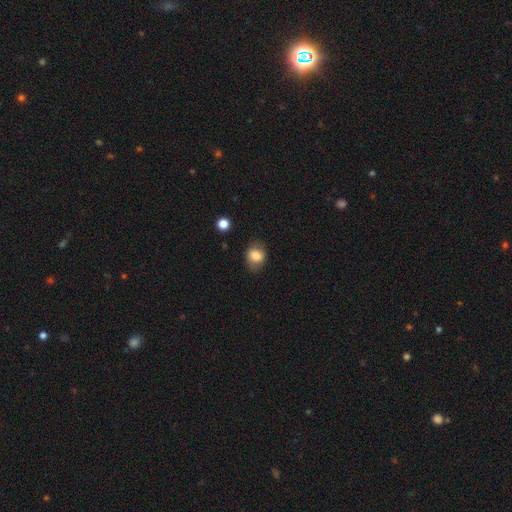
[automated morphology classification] A smooth galaxy with no disk features (79%) that is in between round and cigar-shaped (52%). Merging: none (74%).